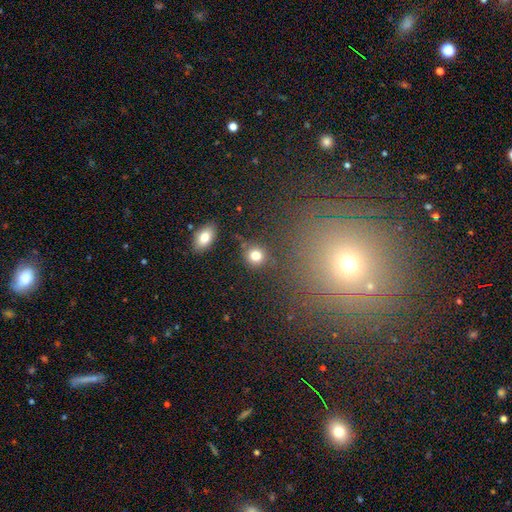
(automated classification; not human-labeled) Smooth or featured? smooth (81%)
How rounded? round (86%)
Merging? none (82%)